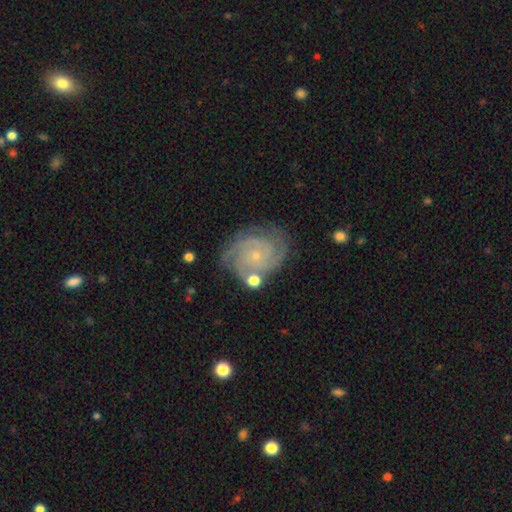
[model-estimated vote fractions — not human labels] Smooth or featured? featured or disk (88%)
Edge-on disk? no (98%)
Bar? no (80%)
Spiral arms? yes (98%)
Spiral winding? tight (73%)
Spiral arm count? 3 (36%)
Bulge size? small (85%)
Merging? none (73%)